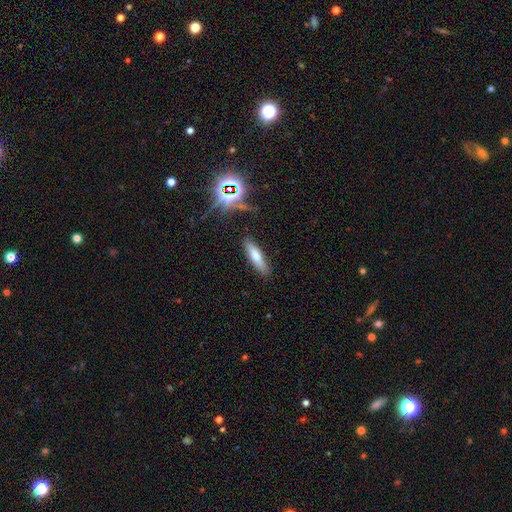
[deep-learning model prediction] A smooth galaxy with no disk features (67%) that is cigar-shaped (69%). Merging: none (84%).